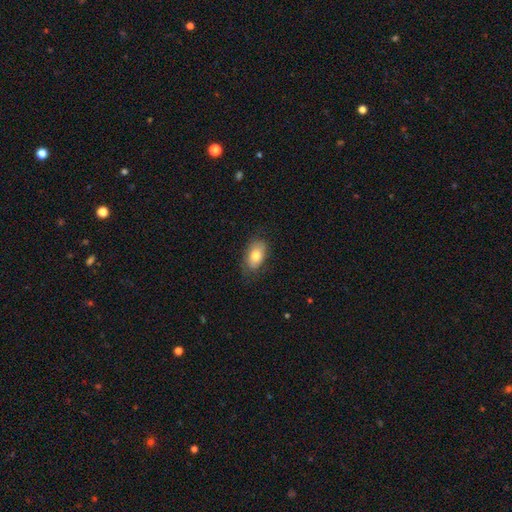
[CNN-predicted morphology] This appears to be a smooth galaxy with no disk features (77%) that is in between round and cigar-shaped (91%). Merging: none (74%).